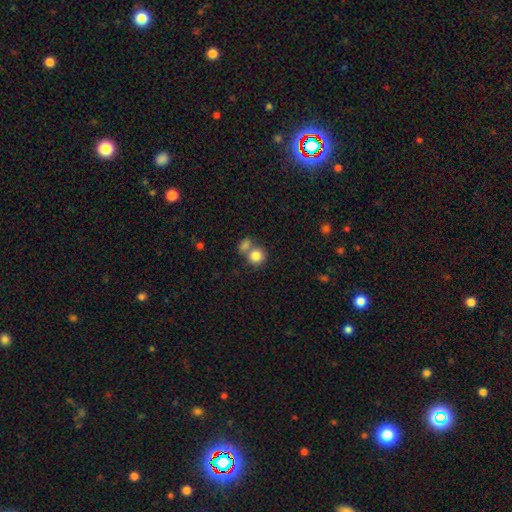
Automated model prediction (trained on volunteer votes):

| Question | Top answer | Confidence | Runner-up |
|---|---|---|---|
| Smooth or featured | smooth | 83% | star or artifact (9%) |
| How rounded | round | 83% | in between (16%) |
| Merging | none | 47% | merger (40%) |